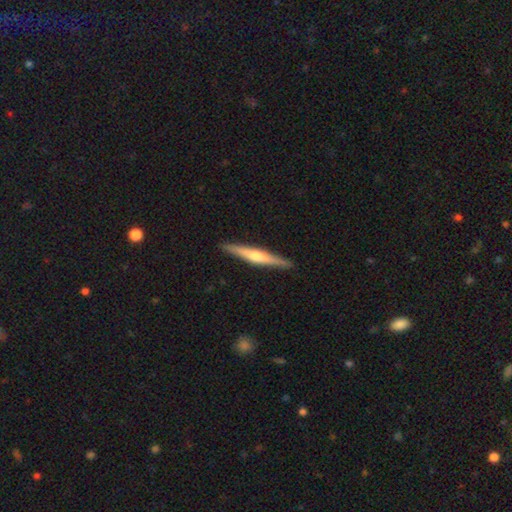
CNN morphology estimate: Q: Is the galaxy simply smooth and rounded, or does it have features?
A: featured or disk — 66%.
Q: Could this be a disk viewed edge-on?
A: yes — 98%.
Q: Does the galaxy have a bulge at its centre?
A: rounded — 83%.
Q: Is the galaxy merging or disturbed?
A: none — 91%.